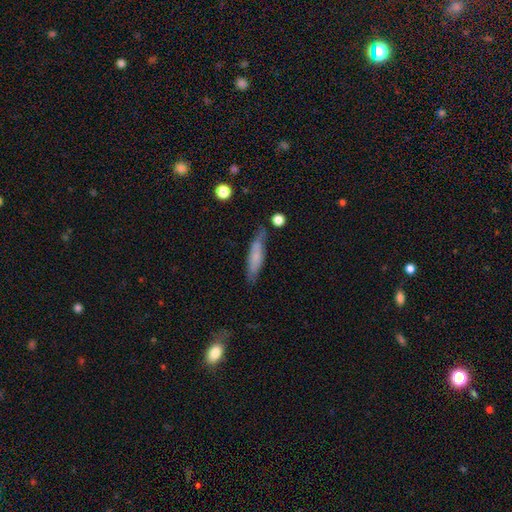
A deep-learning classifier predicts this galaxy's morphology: Overall: smooth (63%; featured or disk 29%). How rounded: cigar-shaped (78%). Merging: none (71%).